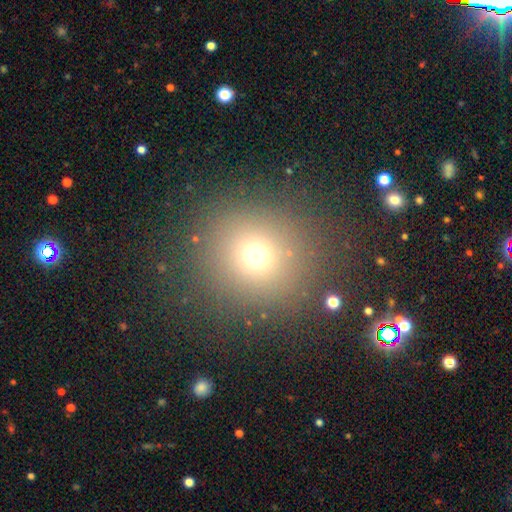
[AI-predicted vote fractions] A smooth galaxy with no disk features (69%) that is round (91%).

Vote fractions:
- Smooth or featured? smooth: 69% / star or artifact: 23% / featured or disk: 9%
- How rounded? round: 91% / in between: 8% / cigar-shaped: 1%
- Merging? none: 85% / minor disturbance: 7% / major disturbance: 5% / merger: 3%